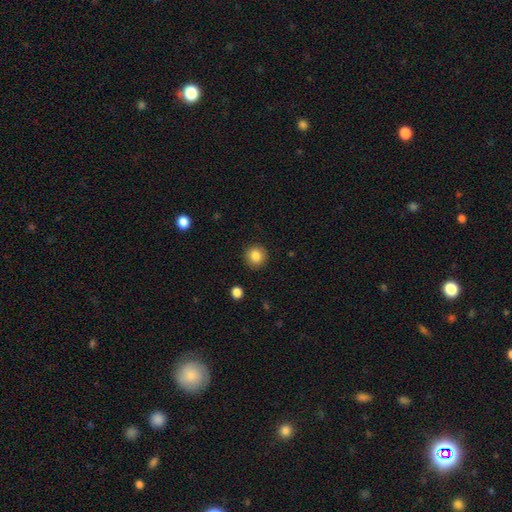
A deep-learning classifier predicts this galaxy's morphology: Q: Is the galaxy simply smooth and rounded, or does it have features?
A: smooth — 84%.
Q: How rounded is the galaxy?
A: round — 93%.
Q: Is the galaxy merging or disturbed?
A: none — 91%.